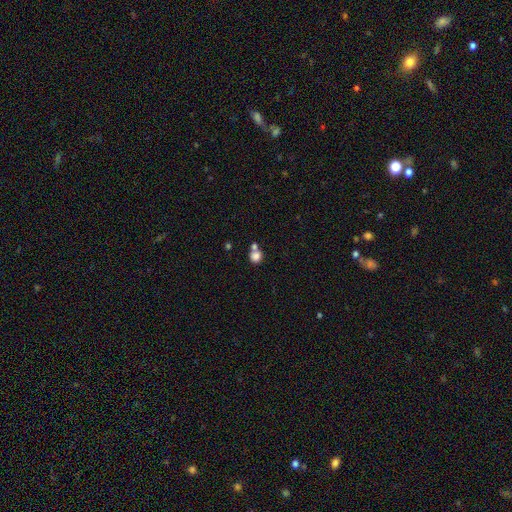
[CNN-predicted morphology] Smooth or featured? Predicted: smooth (p=0.81). How rounded? Predicted: round (p=0.82). Merging? Predicted: none (p=0.48).